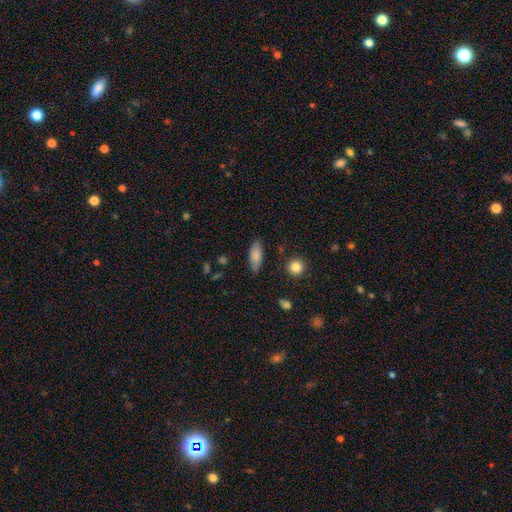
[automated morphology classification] Q: Smooth or featured?
A: smooth (82%); runner-up: featured or disk (10%)
Q: How rounded?
A: in between (79%); runner-up: cigar-shaped (18%)
Q: Merging?
A: none (82%); runner-up: minor disturbance (13%)